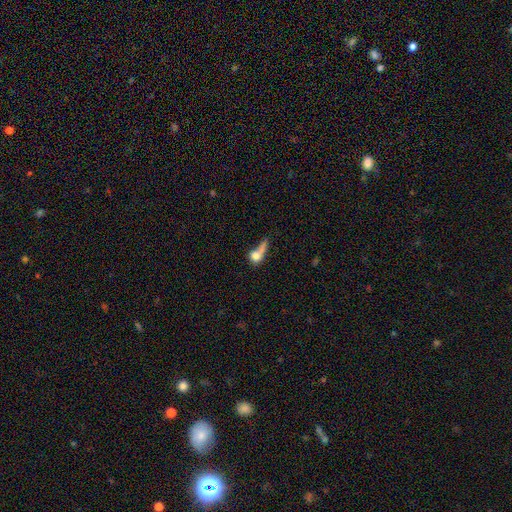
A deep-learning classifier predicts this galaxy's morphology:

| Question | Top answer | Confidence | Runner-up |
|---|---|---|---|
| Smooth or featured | smooth | 68% | featured or disk (22%) |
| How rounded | round | 48% | in between (36%) |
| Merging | merger | 35% | major disturbance (26%) |